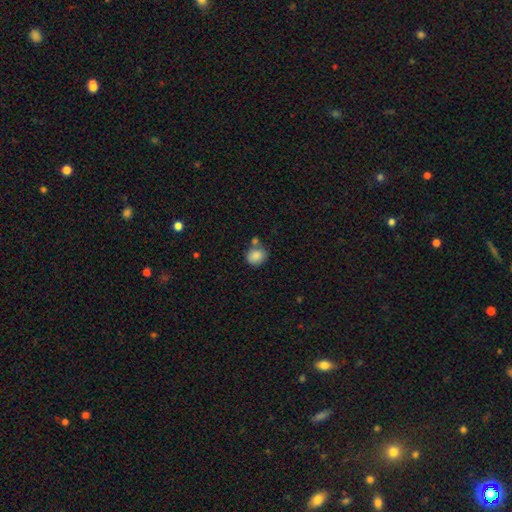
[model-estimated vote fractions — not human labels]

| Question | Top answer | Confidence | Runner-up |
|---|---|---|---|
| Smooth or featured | smooth | 86% | star or artifact (8%) |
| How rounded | round | 70% | in between (29%) |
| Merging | none | 62% | merger (18%) |